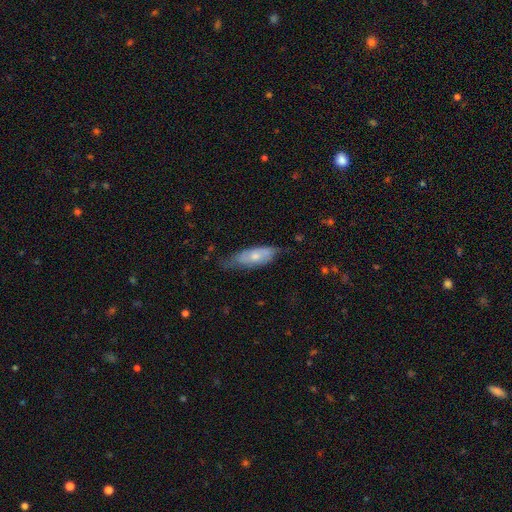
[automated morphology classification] Q: Smooth or featured?
A: smooth (53%); runner-up: featured or disk (41%)
Q: How rounded?
A: in between (66%); runner-up: cigar-shaped (31%)
Q: Merging?
A: none (52%); runner-up: minor disturbance (35%)